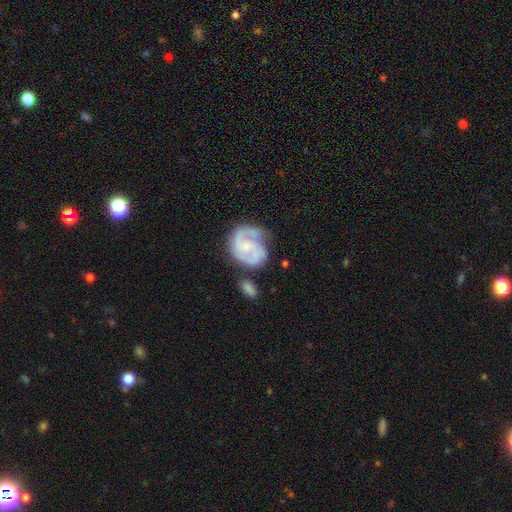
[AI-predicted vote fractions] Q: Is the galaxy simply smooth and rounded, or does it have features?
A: featured or disk — 78%.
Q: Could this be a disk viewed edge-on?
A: no — 98%.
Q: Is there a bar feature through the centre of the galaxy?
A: no — 62%.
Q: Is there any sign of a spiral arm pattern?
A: yes — 92%.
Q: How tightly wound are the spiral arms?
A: medium — 44%.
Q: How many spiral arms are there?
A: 2 — 62%.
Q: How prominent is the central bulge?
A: small — 53%.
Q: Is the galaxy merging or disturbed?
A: none — 52%.